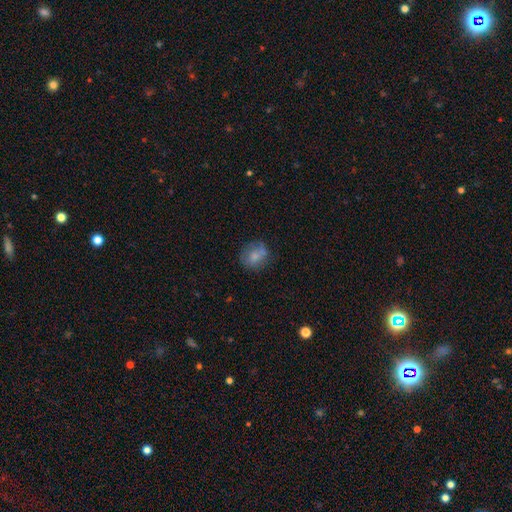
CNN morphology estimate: type=smooth (71%); roundness=round (68%); merging=none (60%).